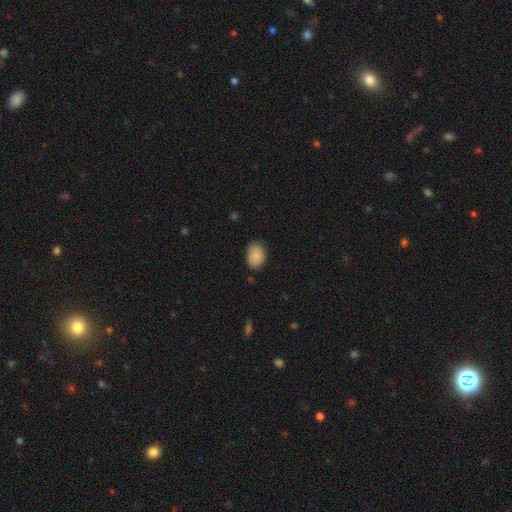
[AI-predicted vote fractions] The model was most divided on "how rounded": in between: 76%, round: 23%, cigar-shaped: 1%. More confident: smooth or featured — smooth (88%); merging — none (78%).